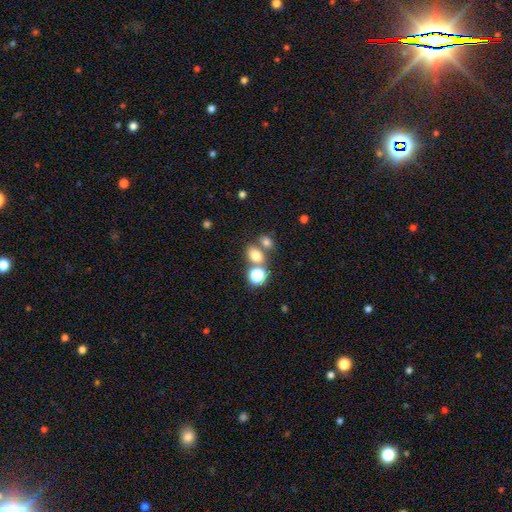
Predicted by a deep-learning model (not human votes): smooth-or-featured: smooth: 73% | star or artifact: 17% | featured or disk: 10%
  how-rounded: in between: 53% | round: 45% | cigar-shaped: 1%
  merging: none: 54% | merger: 32% | minor disturbance: 10% | major disturbance: 4%